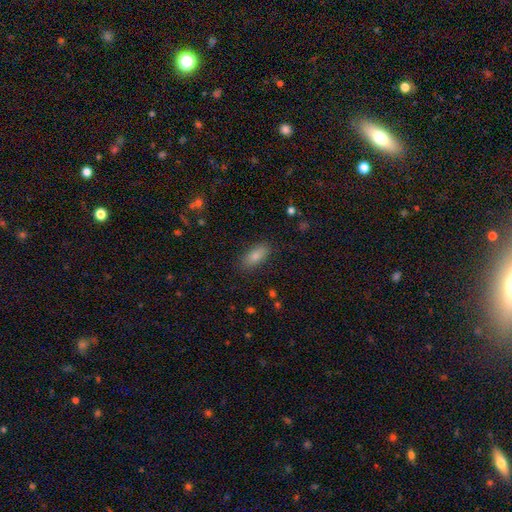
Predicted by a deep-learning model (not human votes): smooth 82%, featured or disk 10%, star or artifact 8%. Down the decision tree: how rounded — in between (81%); merging — none (85%).